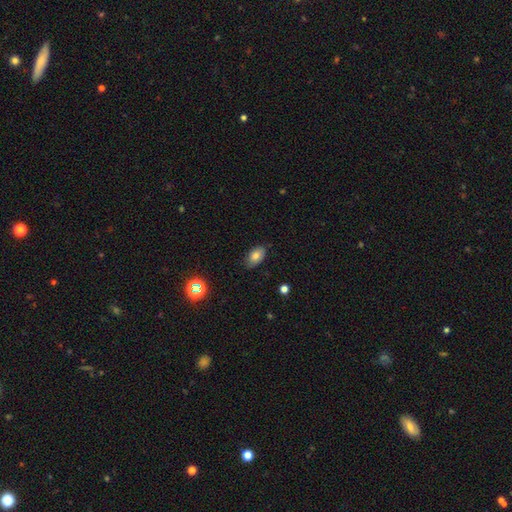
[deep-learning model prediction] This appears to be a smooth galaxy with no disk features (77%) that is in between round and cigar-shaped (92%). Merging: none (80%).